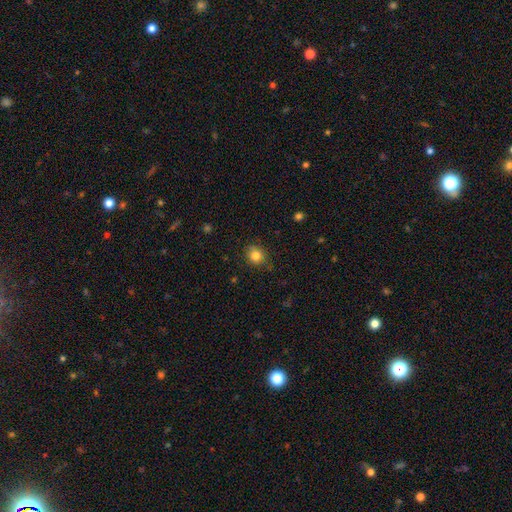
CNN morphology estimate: smooth-or-featured: smooth: 83% | star or artifact: 11% | featured or disk: 6%
  how-rounded: round: 77% | in between: 22% | cigar-shaped: 1%
  merging: none: 81% | minor disturbance: 15% | major disturbance: 3% | merger: 1%